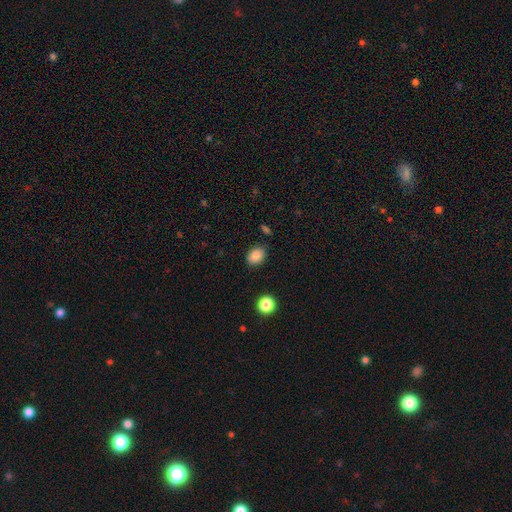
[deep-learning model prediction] Smooth or featured?
  - smooth: 85% *
  - star or artifact: 9%
  - featured or disk: 6%
How rounded?
  - in between: 64% *
  - round: 35%
  - cigar-shaped: 1%
Merging?
  - none: 85% *
  - minor disturbance: 10%
  - major disturbance: 2%
  - merger: 2%